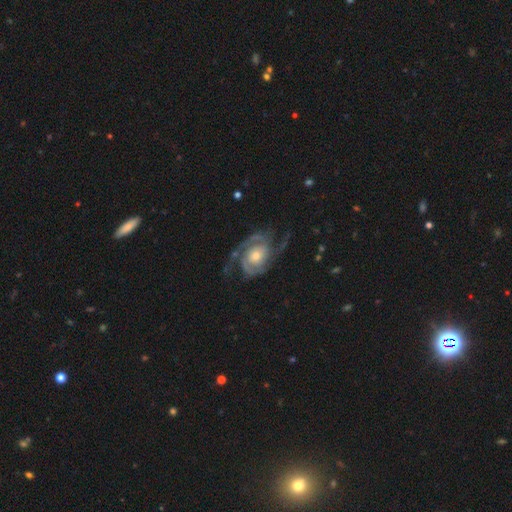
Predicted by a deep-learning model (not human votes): Smooth or featured? featured or disk (91%)
Edge-on disk? no (98%)
Bar? no (70%)
Spiral arms? yes (98%)
Spiral winding? medium (44%, tied with tight)
Spiral arm count? 2 (75%)
Bulge size? moderate (55%)
Merging? none (70%)